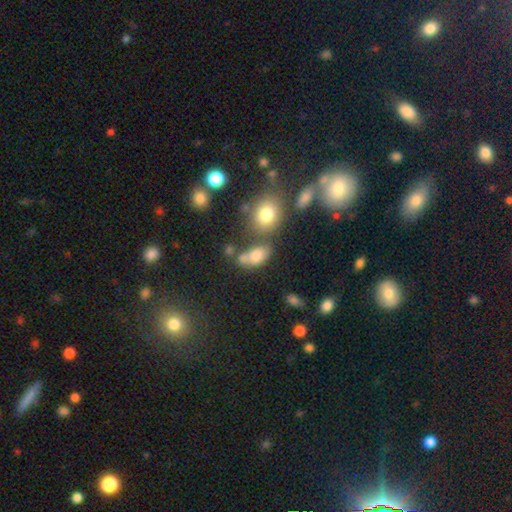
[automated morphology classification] This appears to be a smooth galaxy with no disk features (72%) that is in between round and cigar-shaped (79%). Merging: none (43%).